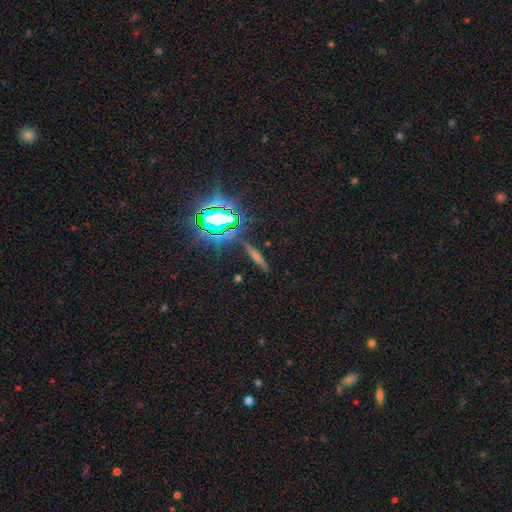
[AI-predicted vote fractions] Overall: star or artifact (39%; featured or disk 31%).